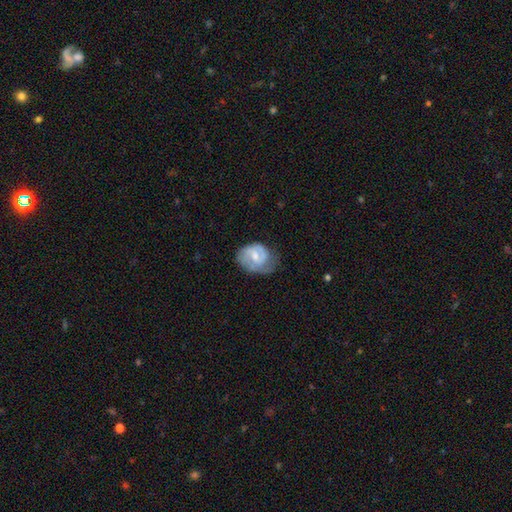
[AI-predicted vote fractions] Morphology: type=featured or disk (65%); edge-on=no (98%); bar=weak (56%); spiral arms=yes (85%); winding=tight (42%, tied with medium); arm count=2 (55%); bulge=moderate (49%); merging=none (47%).